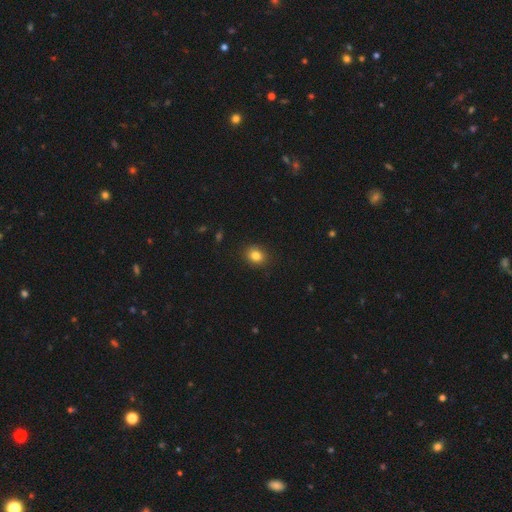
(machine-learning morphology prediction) smooth-or-featured: smooth: 82% | star or artifact: 11% | featured or disk: 6%
  how-rounded: round: 65% | in between: 34% | cigar-shaped: 1%
  merging: none: 89% | minor disturbance: 8% | major disturbance: 2% | merger: 1%